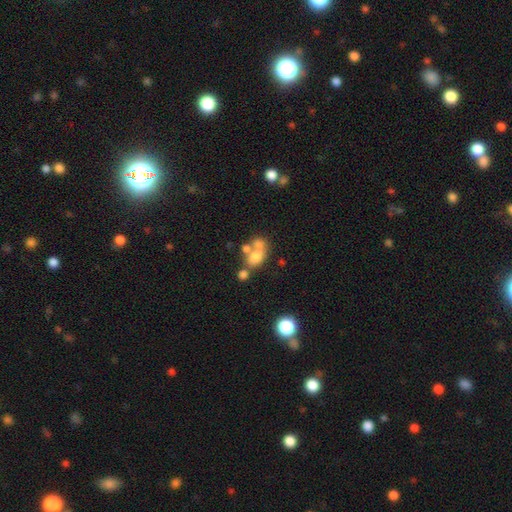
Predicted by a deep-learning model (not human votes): This appears to be a smooth galaxy with no disk features (63%) that is in between round and cigar-shaped (59%). Merging: merger (52%).